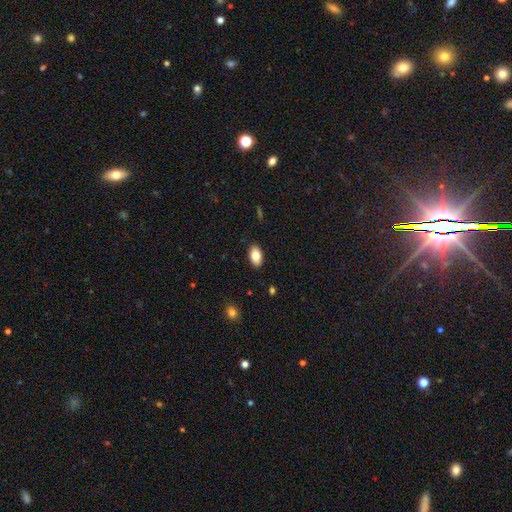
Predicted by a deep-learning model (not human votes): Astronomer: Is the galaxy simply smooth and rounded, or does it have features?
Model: smooth — 82%.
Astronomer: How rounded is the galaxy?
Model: in between — 93%.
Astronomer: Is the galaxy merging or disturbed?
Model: none — 89%.